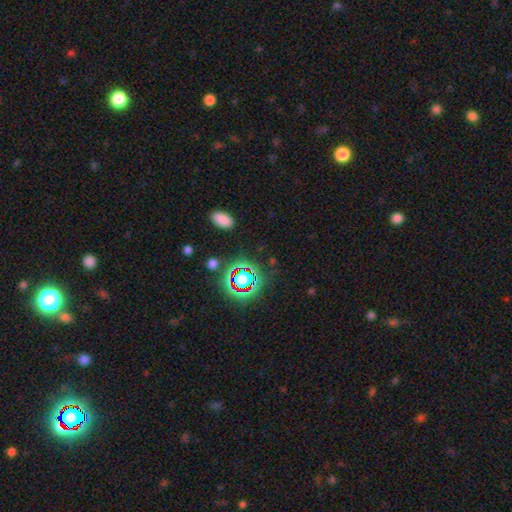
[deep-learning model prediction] smooth-or-featured: star or artifact: 68% | smooth: 23% | featured or disk: 9%